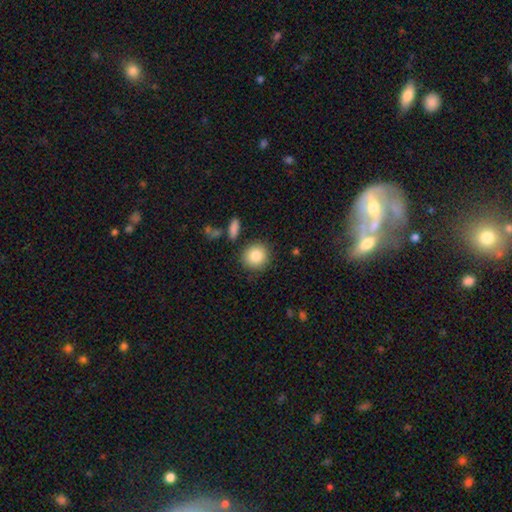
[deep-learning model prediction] Morphology: type=smooth (85%); roundness=round (88%); merging=none (85%).